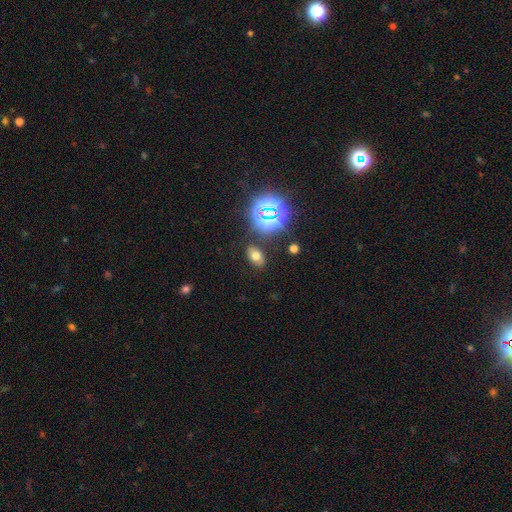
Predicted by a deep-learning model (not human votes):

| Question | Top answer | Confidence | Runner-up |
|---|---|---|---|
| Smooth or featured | smooth | 60% | star or artifact (28%) |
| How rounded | in between | 85% | round (13%) |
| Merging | none | 84% | minor disturbance (10%) |